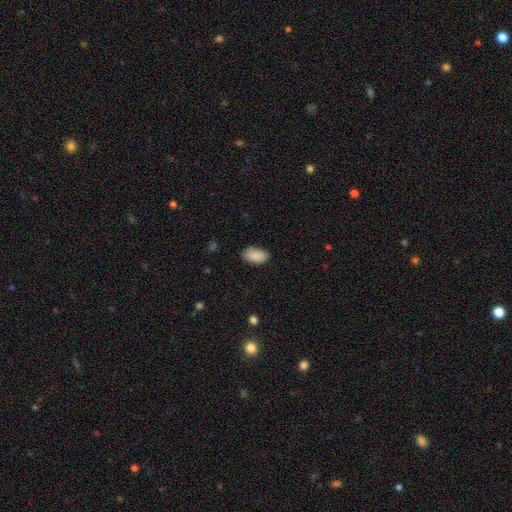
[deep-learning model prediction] Overall: smooth (90%). How rounded: in between (94%). Merging: none (85%).